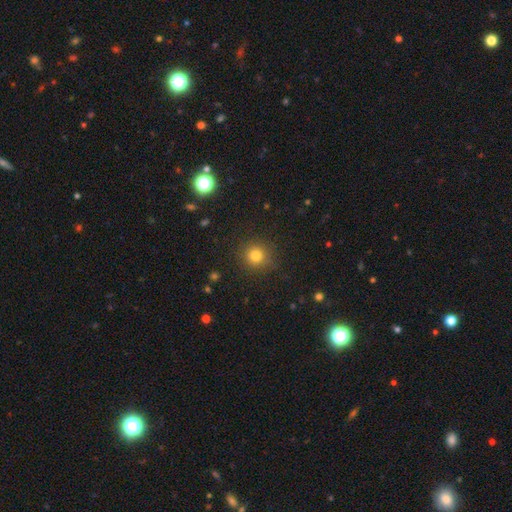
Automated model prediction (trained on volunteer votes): Smooth or featured? Predicted: smooth (p=0.79). How rounded? Predicted: round (p=0.92). Merging? Predicted: none (p=0.89).